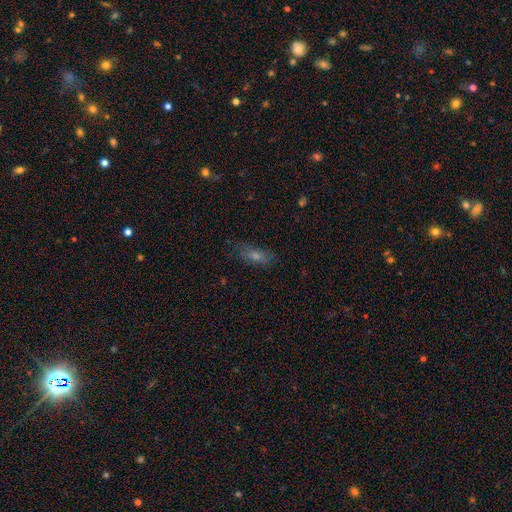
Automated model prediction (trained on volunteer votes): A smooth galaxy with no disk features (52%) that is in between round and cigar-shaped (55%). Merging: none (78%).